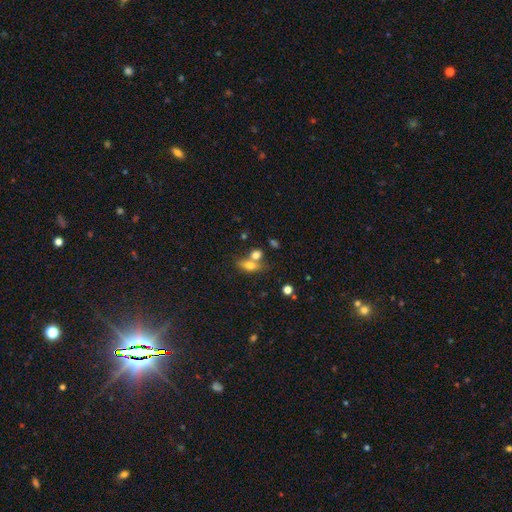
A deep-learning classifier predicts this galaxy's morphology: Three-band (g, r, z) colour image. It shows a smooth galaxy with no disk features (72%) that is in between round and cigar-shaped (64%). Merging: merger (42%, tied with none).